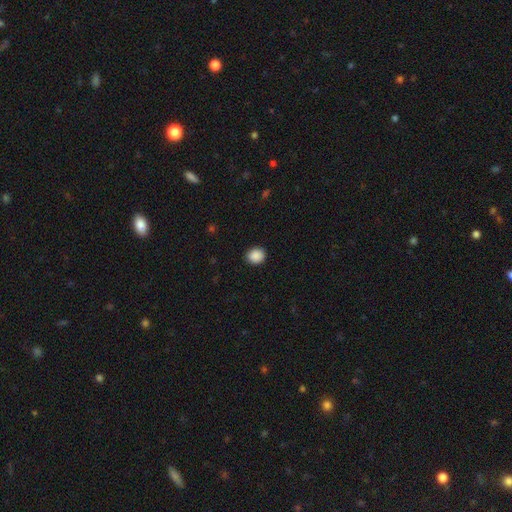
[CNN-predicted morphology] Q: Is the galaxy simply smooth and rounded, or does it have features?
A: smooth — 89%.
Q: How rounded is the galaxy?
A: round — 69%.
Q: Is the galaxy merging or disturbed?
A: none — 90%.